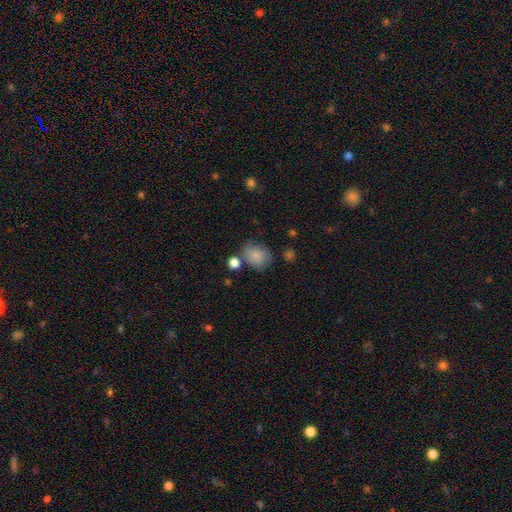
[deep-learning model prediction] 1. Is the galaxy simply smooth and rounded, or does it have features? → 83% smooth, 9% star or artifact, 8% featured or disk.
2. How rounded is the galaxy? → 51% round, 48% in between, 1% cigar-shaped.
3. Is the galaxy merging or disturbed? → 62% none, 21% minor disturbance, 9% merger, 7% major disturbance.